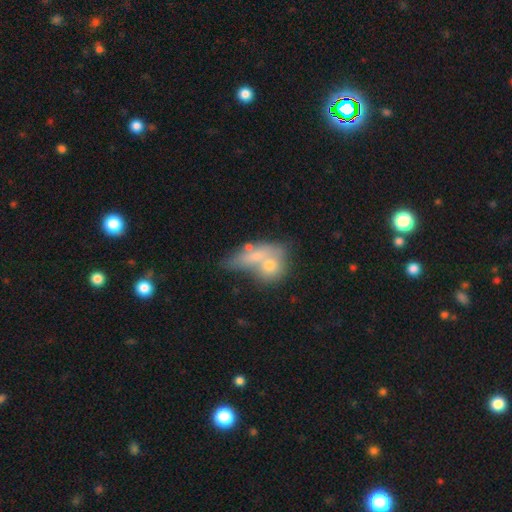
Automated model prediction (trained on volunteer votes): Smooth or featured? smooth (64%)
How rounded? in between (51%)
Merging? merger (52%)